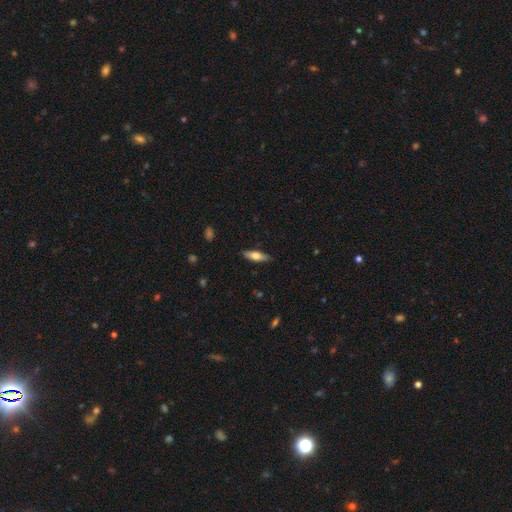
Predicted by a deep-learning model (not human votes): smooth_or_featured: smooth (p=0.64) [alt: featured or disk p=0.30]
how_rounded: cigar-shaped (p=0.50) [alt: in between p=0.48]
merging: none (p=0.86) [alt: minor disturbance p=0.11]